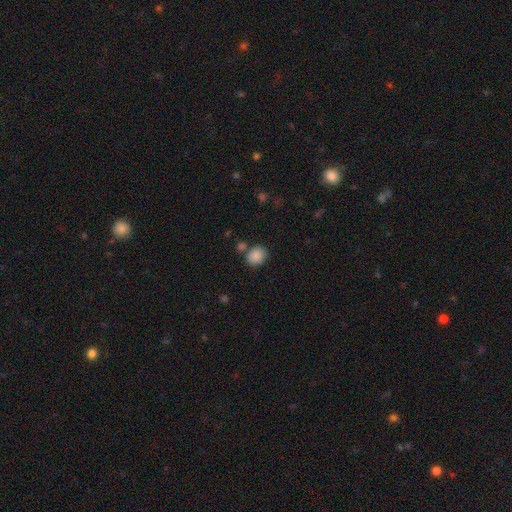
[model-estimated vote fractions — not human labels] This is clearly a smooth galaxy (87%). How rounded: likely round (60%). Merging: likely none (69%).